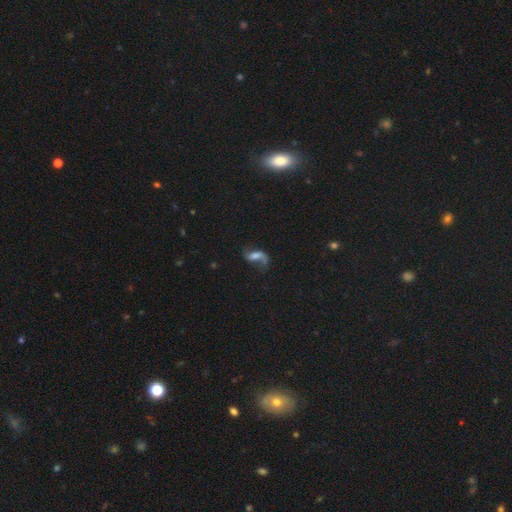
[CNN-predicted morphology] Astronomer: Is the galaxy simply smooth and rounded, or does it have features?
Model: featured or disk — 71%.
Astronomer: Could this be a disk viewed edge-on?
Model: no — 95%.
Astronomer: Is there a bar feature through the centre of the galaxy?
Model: weak — 45% (runner-up: no, 30%).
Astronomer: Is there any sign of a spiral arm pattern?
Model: yes — 90%.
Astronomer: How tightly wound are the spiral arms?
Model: loose — 78%.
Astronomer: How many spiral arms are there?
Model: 2 — 81%.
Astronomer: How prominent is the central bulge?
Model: moderate — 34% (runner-up: small, 28%).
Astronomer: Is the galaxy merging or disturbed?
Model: none — 56%.